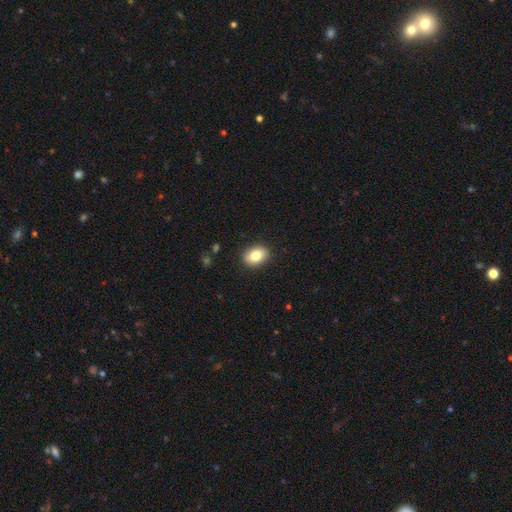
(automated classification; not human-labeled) smooth-or-featured: smooth: 82% | featured or disk: 10% | star or artifact: 8%
  how-rounded: in between: 70% | round: 29% | cigar-shaped: 1%
  merging: none: 88% | minor disturbance: 9% | major disturbance: 2% | merger: 1%